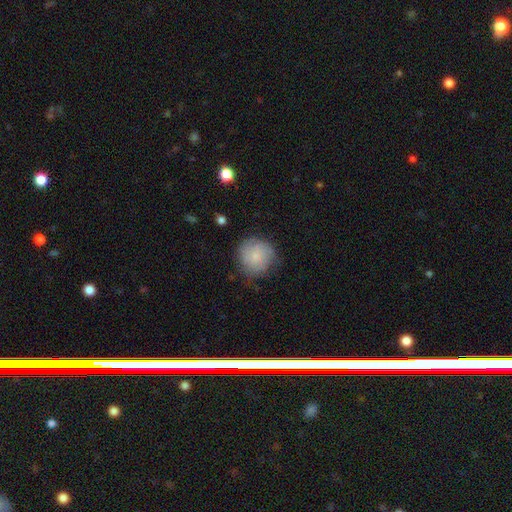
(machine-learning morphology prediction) smooth-or-featured: smooth: 73% | featured or disk: 19% | star or artifact: 8%
  how-rounded: round: 91% | in between: 8% | cigar-shaped: 1%
  merging: none: 70% | minor disturbance: 22% | major disturbance: 7% | merger: 2%